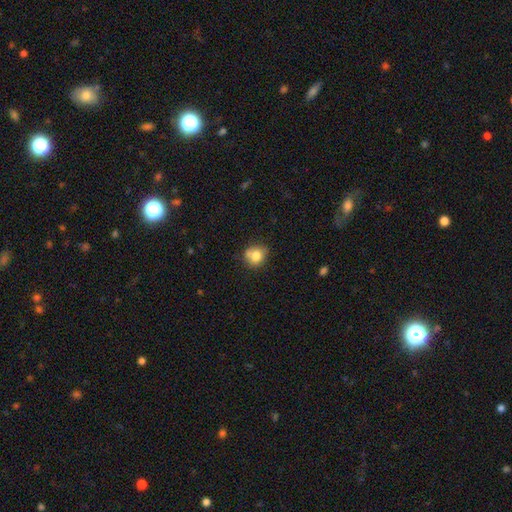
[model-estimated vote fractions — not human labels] The model was most divided on "merging": none: 63%, minor disturbance: 21%, merger: 11%, major disturbance: 5%. More confident: smooth or featured — smooth (78%); how rounded — round (75%).